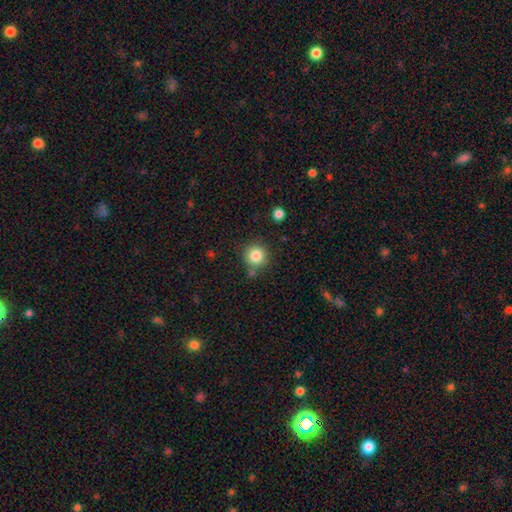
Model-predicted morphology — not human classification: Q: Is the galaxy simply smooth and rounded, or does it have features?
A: smooth — 84%.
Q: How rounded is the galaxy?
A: round — 94%.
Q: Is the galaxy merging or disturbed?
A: none — 80%.